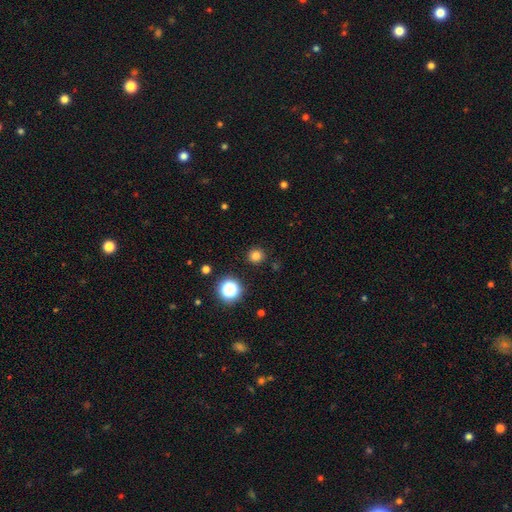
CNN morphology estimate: Smooth or featured?
  - smooth: 78% *
  - star or artifact: 17%
  - featured or disk: 5%
How rounded?
  - round: 93% *
  - in between: 6%
  - cigar-shaped: 1%
Merging?
  - none: 91% *
  - minor disturbance: 6%
  - major disturbance: 2%
  - merger: 2%